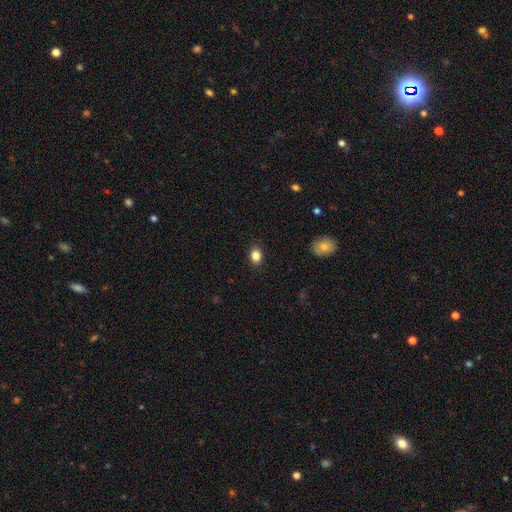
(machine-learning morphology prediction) smooth_or_featured: smooth (p=0.84) [alt: star or artifact p=0.10]
how_rounded: in between (p=0.53) [alt: round p=0.46]
merging: none (p=0.88) [alt: minor disturbance p=0.09]